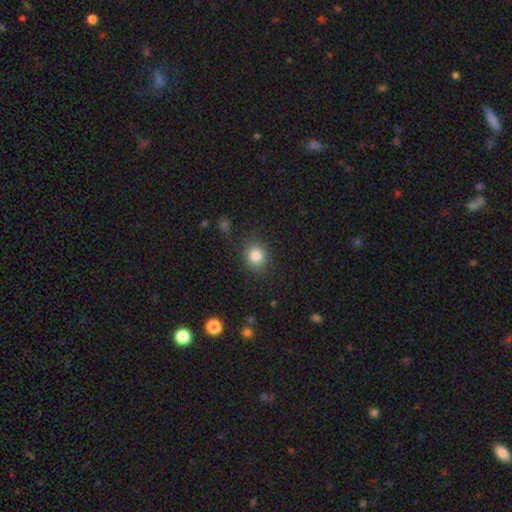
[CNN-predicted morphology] Q: Smooth or featured?
A: smooth (84%); runner-up: star or artifact (10%)
Q: How rounded?
A: round (76%); runner-up: in between (24%)
Q: Merging?
A: none (85%); runner-up: minor disturbance (10%)